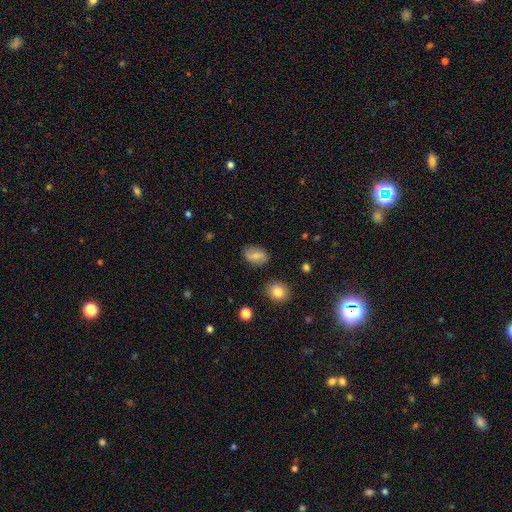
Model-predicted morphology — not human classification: smooth-or-featured: smooth: 62% | featured or disk: 30% | star or artifact: 9%
  how-rounded: in between: 83% | round: 15% | cigar-shaped: 2%
  merging: none: 83% | minor disturbance: 12% | major disturbance: 3% | merger: 2%